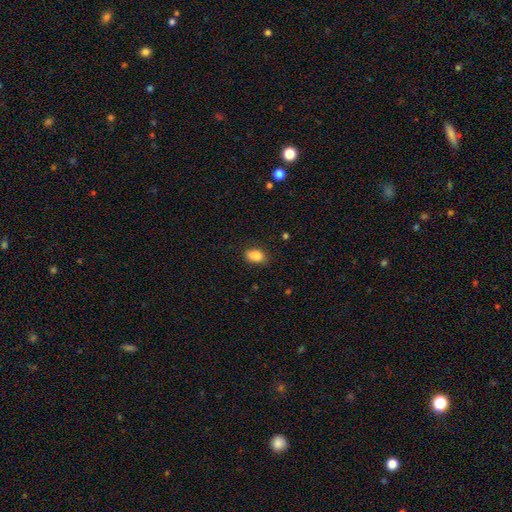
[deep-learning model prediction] smooth 84%, star or artifact 10%, featured or disk 6%. Down the decision tree: how rounded — in between (76%); merging — none (66%).